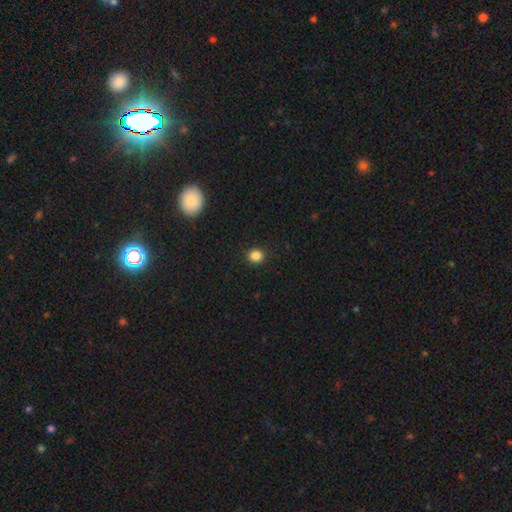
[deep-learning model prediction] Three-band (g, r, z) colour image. It shows a smooth galaxy with no disk features (85%) that is round (79%). Merging: none (91%).